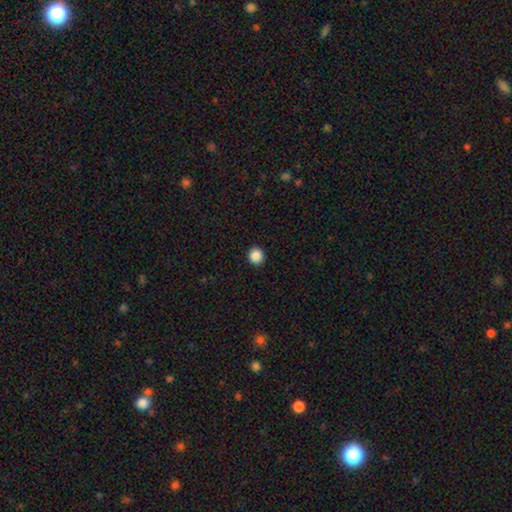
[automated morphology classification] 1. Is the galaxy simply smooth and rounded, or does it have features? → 88% smooth, 9% star or artifact, 2% featured or disk.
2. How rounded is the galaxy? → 94% round, 5% in between, 1% cigar-shaped.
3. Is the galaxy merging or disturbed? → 93% none, 4% minor disturbance, 1% major disturbance, 1% merger.